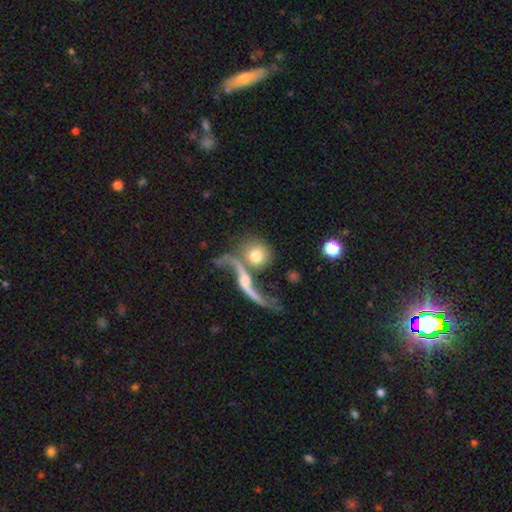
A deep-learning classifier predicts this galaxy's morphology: Q: Smooth or featured?
A: smooth (57%); runner-up: featured or disk (35%)
Q: How rounded?
A: round (81%); runner-up: in between (14%)
Q: Merging?
A: none (41%); runner-up: merger (36%)